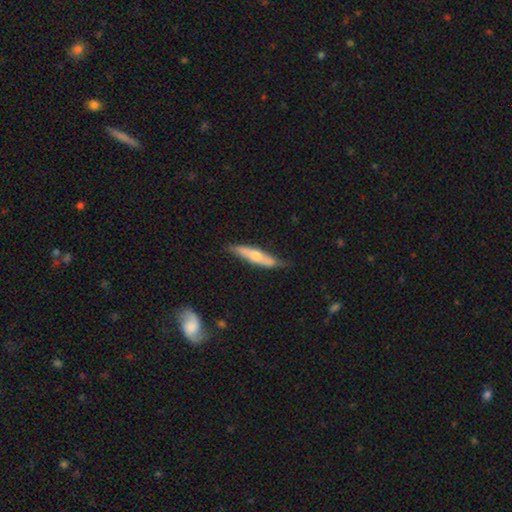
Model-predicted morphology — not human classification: smooth_or_featured: smooth (p=0.50) [alt: featured or disk p=0.44]
how_rounded: cigar-shaped (p=0.80) [alt: in between p=0.18]
merging: none (p=0.71) [alt: minor disturbance p=0.23]